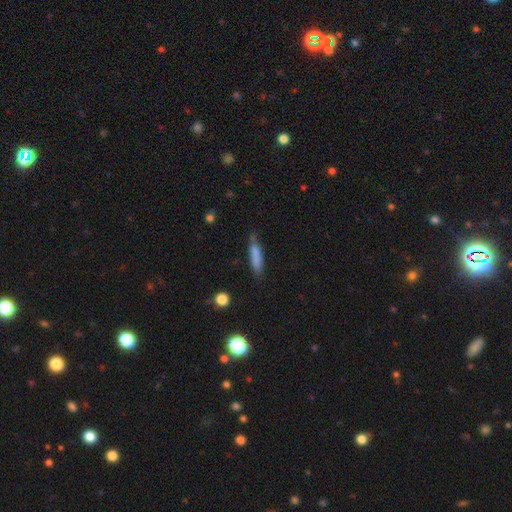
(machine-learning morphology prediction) A smooth galaxy with no disk features (76%) that is cigar-shaped (79%). Merging: none (66%).